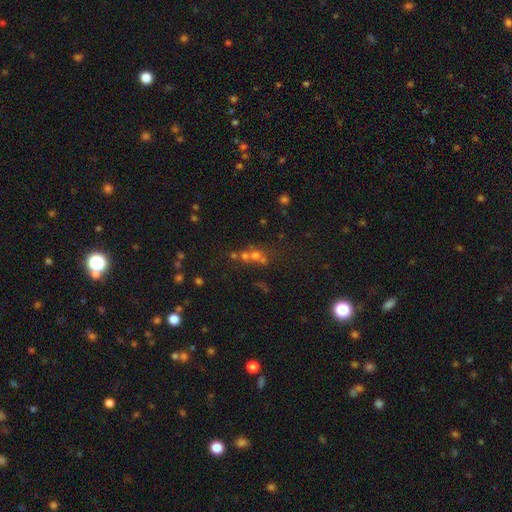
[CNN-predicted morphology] A smooth galaxy with no disk features (47%). Merging: merger (45%).